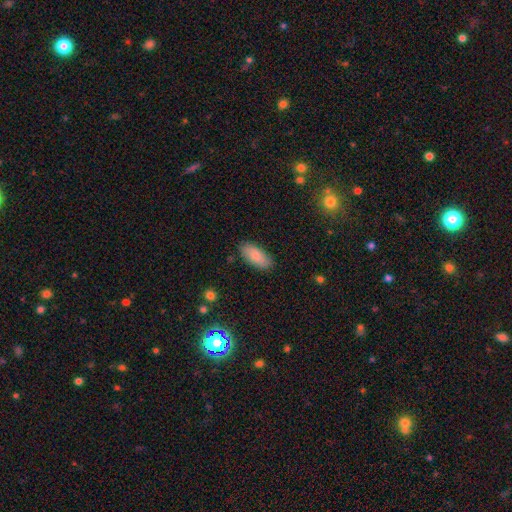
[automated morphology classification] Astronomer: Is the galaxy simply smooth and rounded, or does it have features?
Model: smooth — 83%.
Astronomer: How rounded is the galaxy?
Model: in between — 87%.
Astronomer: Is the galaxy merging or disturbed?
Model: none — 86%.